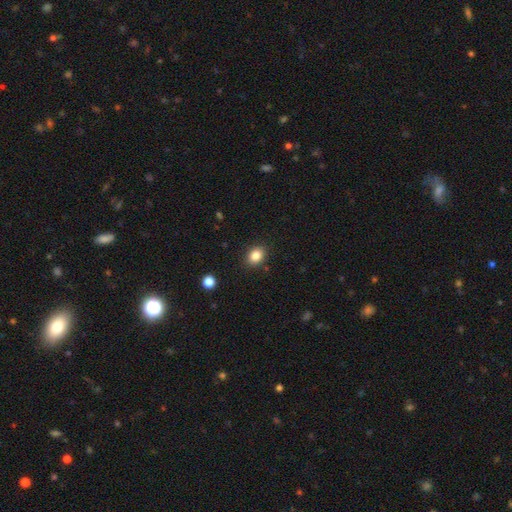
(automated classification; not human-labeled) Smooth or featured? smooth (85%)
How rounded? in between (60%)
Merging? none (89%)